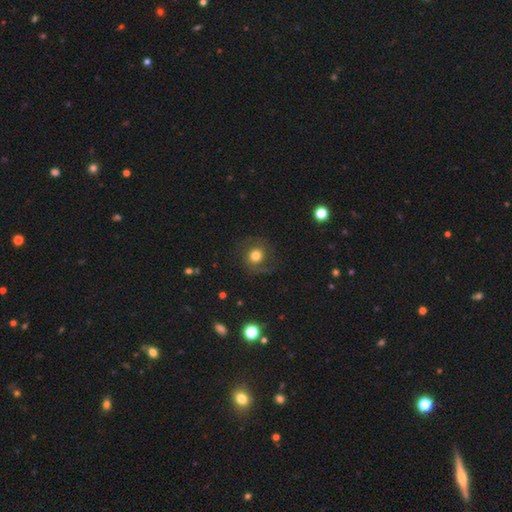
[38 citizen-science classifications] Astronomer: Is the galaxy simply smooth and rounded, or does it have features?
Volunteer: smooth — 63%.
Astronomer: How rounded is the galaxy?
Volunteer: round — 92%.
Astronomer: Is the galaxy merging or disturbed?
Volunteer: none — 80%.